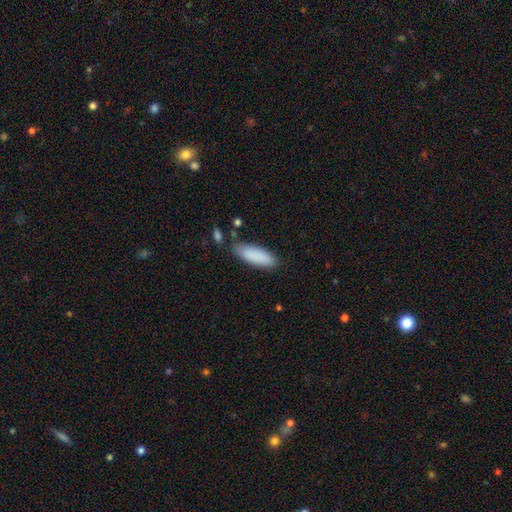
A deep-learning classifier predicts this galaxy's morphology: smooth 88%, star or artifact 6%, featured or disk 6%. Down the decision tree: how rounded — in between (58%); merging — none (78%).